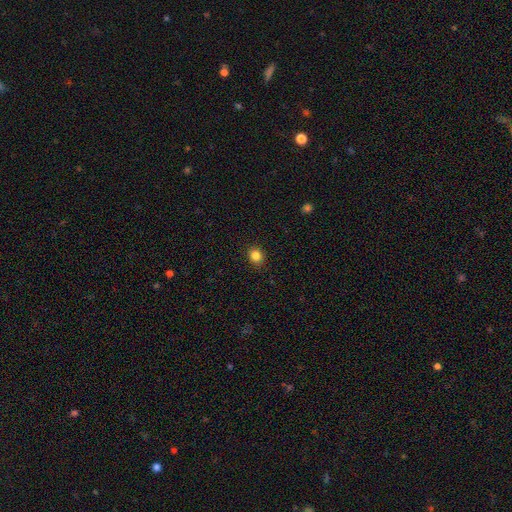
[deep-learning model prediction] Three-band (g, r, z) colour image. It shows a smooth galaxy with no disk features (84%) that is round (78%). Merging: none (91%).